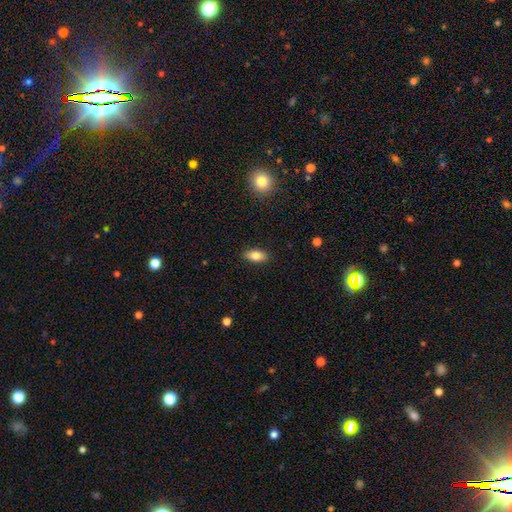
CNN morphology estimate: type=smooth (81%); roundness=in between (89%); merging=none (89%).